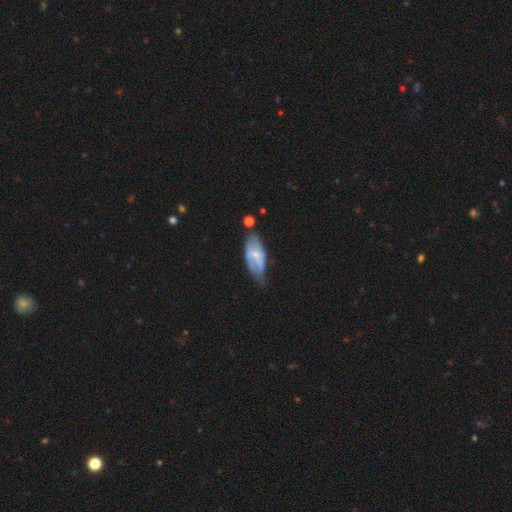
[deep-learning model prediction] Q: Smooth or featured?
A: featured or disk (47%); tied with: smooth (47%)
Q: Merging?
A: none (41%); runner-up: minor disturbance (37%)